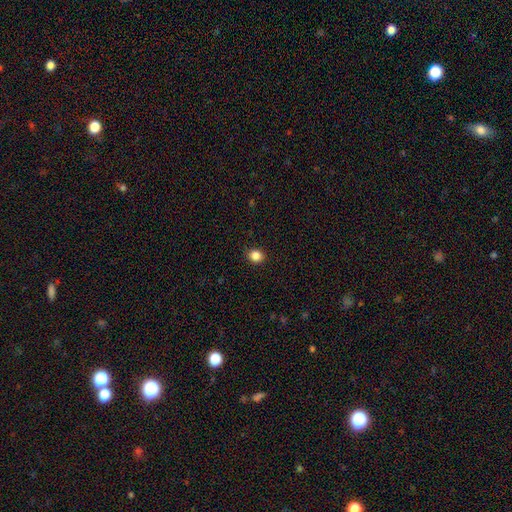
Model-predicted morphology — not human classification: Smooth or featured? Predicted: smooth (p=0.85). How rounded? Predicted: round (p=0.74). Merging? Predicted: none (p=0.91).